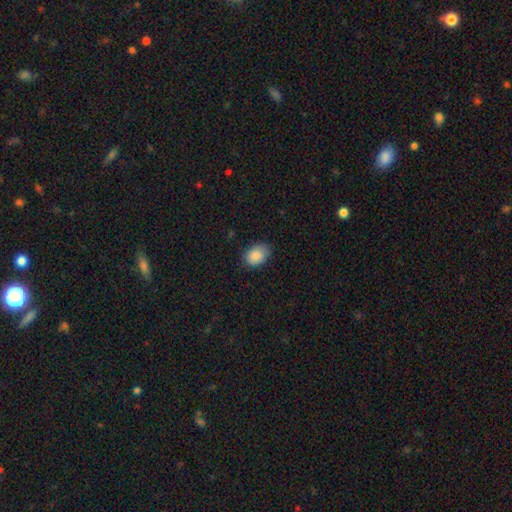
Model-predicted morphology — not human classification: smooth 87%, star or artifact 8%, featured or disk 5%. Down the decision tree: how rounded — in between (78%); merging — none (76%).